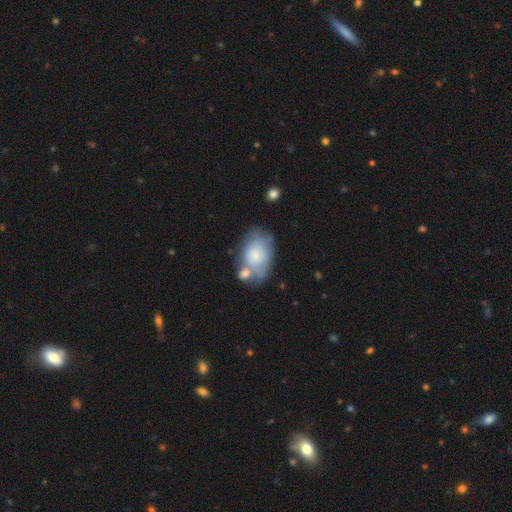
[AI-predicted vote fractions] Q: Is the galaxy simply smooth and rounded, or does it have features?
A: smooth — 65%.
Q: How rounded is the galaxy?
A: in between — 83%.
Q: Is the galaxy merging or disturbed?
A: none — 42%.